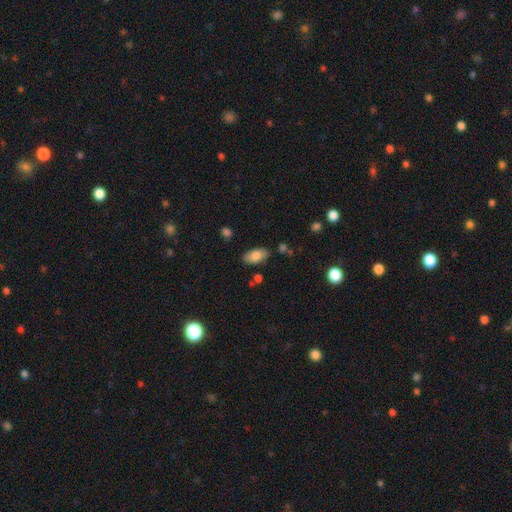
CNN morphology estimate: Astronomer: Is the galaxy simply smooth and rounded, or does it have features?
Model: smooth — 81%.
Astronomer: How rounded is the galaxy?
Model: in between — 93%.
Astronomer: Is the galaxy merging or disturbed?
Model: none — 81%.